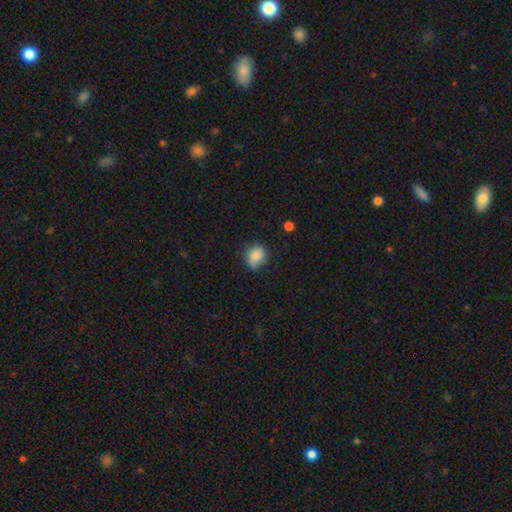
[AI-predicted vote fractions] A smooth galaxy with no disk features (85%) that is in between round and cigar-shaped (51%). Merging: none (64%).